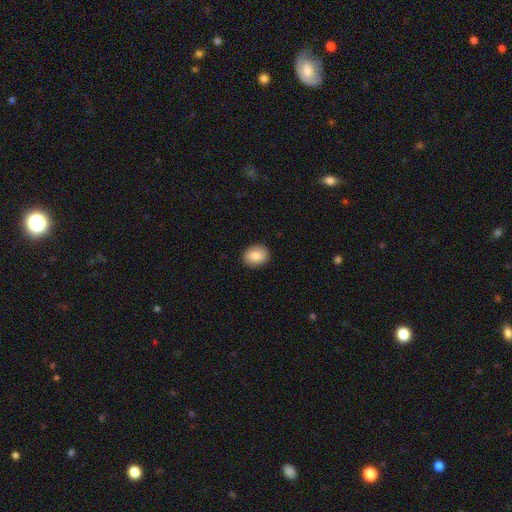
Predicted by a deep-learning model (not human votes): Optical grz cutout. It shows a smooth galaxy with no disk features (84%) that is in between round and cigar-shaped (53%). Merging: none (90%).